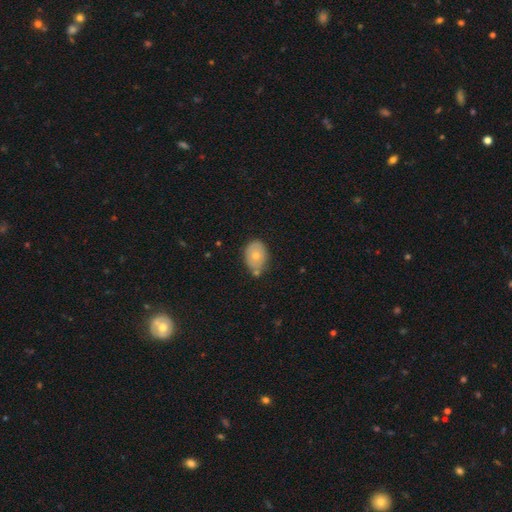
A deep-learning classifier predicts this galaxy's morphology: Overall: smooth (68%). How rounded: in between (71%). Merging: none (61%; minor disturbance 23%).